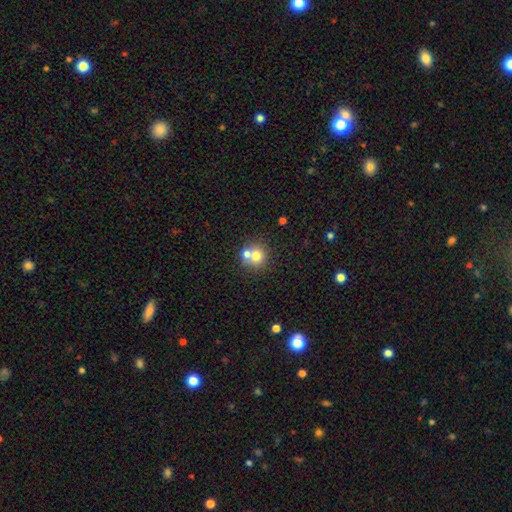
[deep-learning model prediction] This appears to be a smooth galaxy with no disk features (71%) that is round (87%). Merging: none (48%).